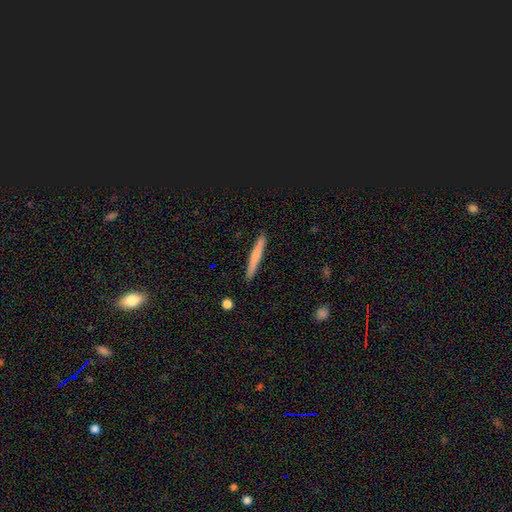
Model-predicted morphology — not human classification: smooth 65%, featured or disk 29%, star or artifact 6%. Down the decision tree: how rounded — cigar-shaped (96%); merging — none (90%).